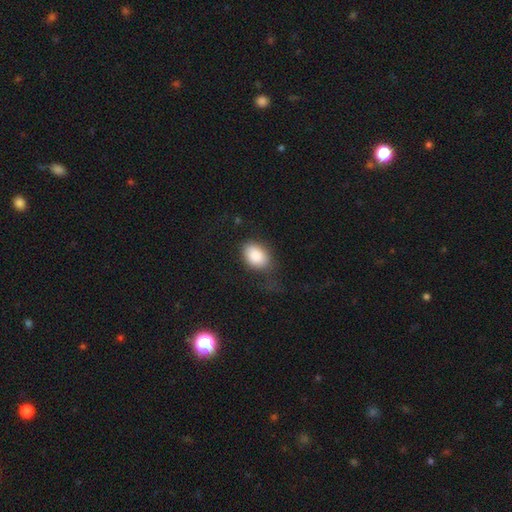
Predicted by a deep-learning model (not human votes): Smooth or featured? smooth (88%)
How rounded? in between (83%)
Merging? none (59%)